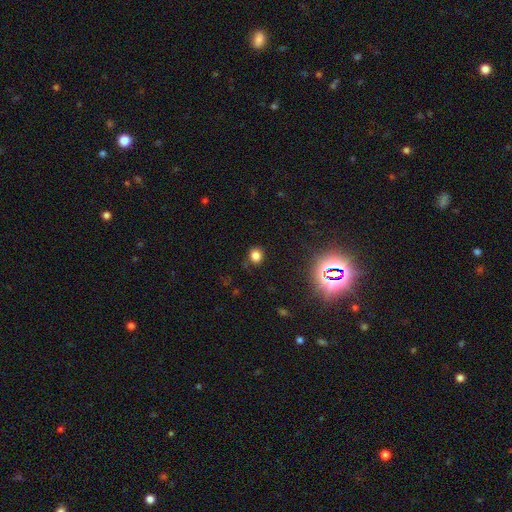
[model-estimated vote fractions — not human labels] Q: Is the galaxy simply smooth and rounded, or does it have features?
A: smooth — 78%.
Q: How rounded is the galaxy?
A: round — 76%.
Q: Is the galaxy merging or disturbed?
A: none — 85%.